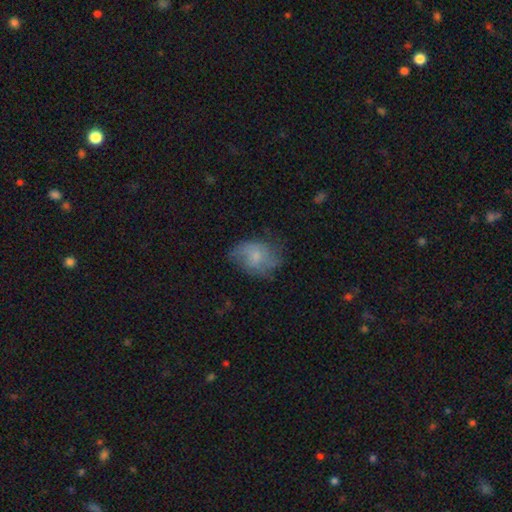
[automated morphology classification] Smooth or featured? Predicted: smooth (p=0.52). How rounded? Predicted: in between (p=0.66). Merging? Predicted: none (p=0.54).